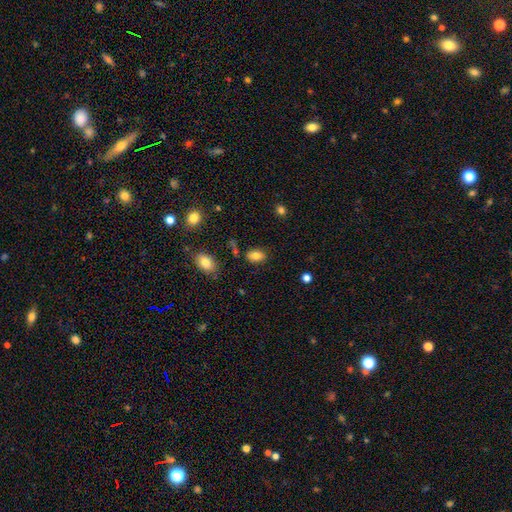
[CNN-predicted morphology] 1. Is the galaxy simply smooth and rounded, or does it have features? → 82% smooth, 9% star or artifact, 9% featured or disk.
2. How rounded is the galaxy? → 83% in between, 15% round, 2% cigar-shaped.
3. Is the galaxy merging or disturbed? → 80% none, 14% minor disturbance, 4% merger, 3% major disturbance.